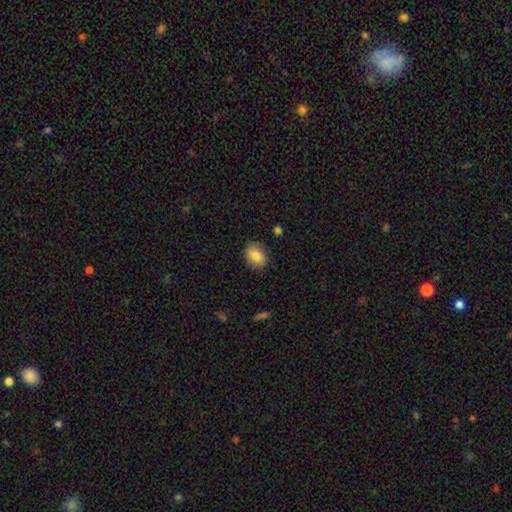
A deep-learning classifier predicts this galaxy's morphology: smooth_or_featured: smooth (p=0.85) [alt: star or artifact p=0.08]
how_rounded: in between (p=0.61) [alt: round p=0.38]
merging: none (p=0.85) [alt: minor disturbance p=0.11]